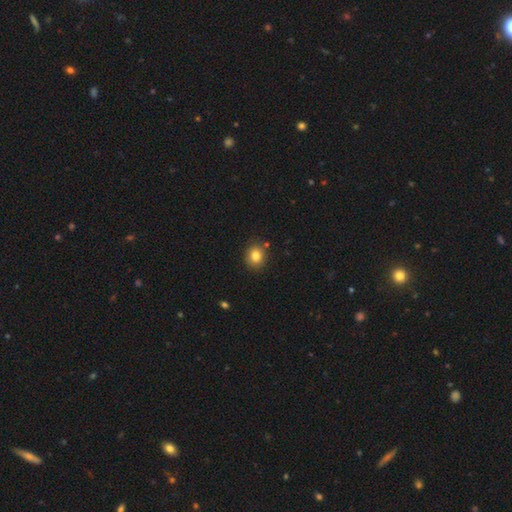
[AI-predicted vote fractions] Q: Smooth or featured?
A: smooth (82%); runner-up: star or artifact (11%)
Q: How rounded?
A: round (72%); runner-up: in between (27%)
Q: Merging?
A: none (86%); runner-up: minor disturbance (9%)